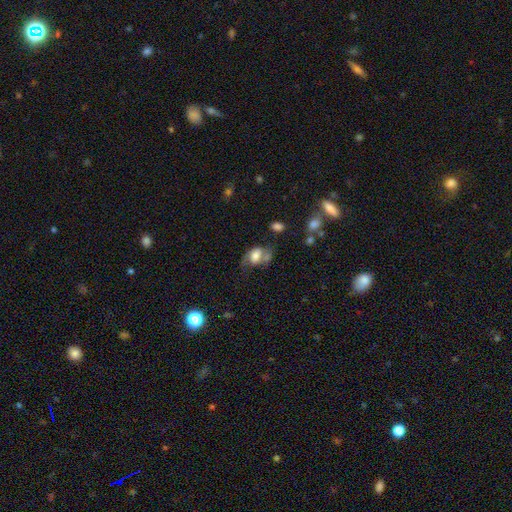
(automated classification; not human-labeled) The model was most divided on "merging": none: 35%, minor disturbance: 23%, merger: 22%, major disturbance: 20%. More confident: how rounded — in between (81%); smooth or featured — smooth (53%).